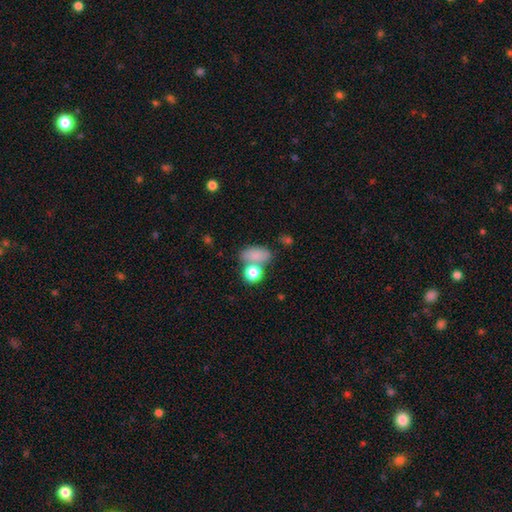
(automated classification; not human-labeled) This appears to be a smooth galaxy with no disk features (80%) that is in between round and cigar-shaped (80%). Merging: none (49%).